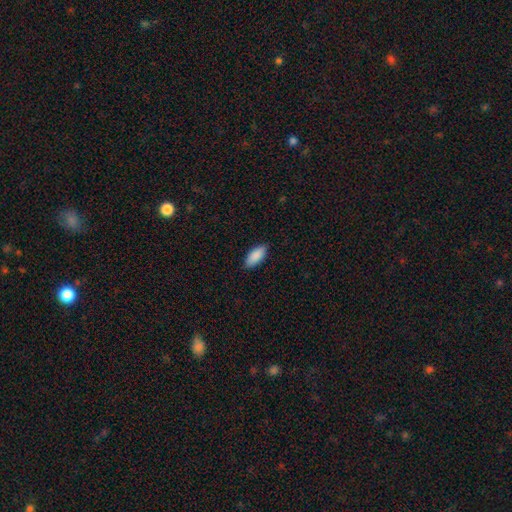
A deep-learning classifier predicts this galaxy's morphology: smooth-or-featured: smooth: 90% | star or artifact: 6% | featured or disk: 4%
  how-rounded: in between: 87% | cigar-shaped: 12% | round: 2%
  merging: none: 88% | minor disturbance: 9% | major disturbance: 2% | merger: 1%